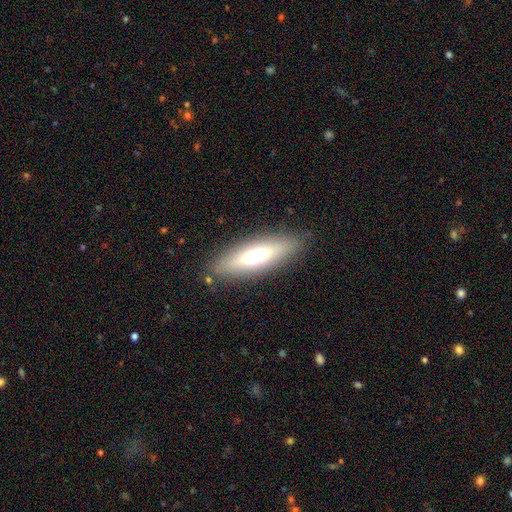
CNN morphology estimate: A smooth galaxy with no disk features (58%) that is cigar-shaped (56%).

Vote fractions:
- Smooth or featured? smooth: 58% / featured or disk: 35% / star or artifact: 7%
- How rounded? cigar-shaped: 56% / in between: 42% / round: 2%
- Merging? none: 86% / minor disturbance: 10% / major disturbance: 3% / merger: 1%